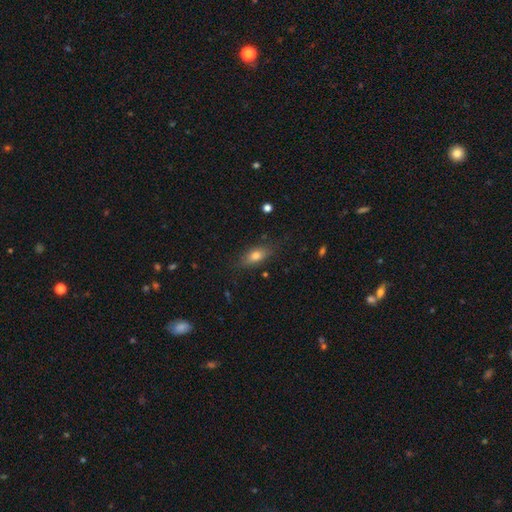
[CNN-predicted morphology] smooth-or-featured: smooth: 75% | featured or disk: 16% | star or artifact: 9%
  how-rounded: in between: 81% | cigar-shaped: 12% | round: 7%
  merging: none: 76% | minor disturbance: 17% | major disturbance: 5% | merger: 2%